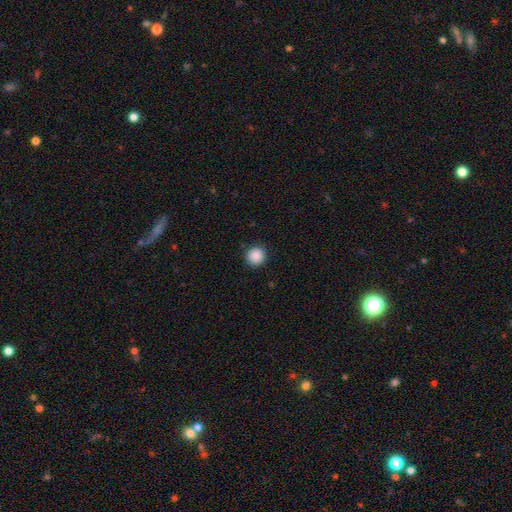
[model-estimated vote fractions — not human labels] Smooth or featured? Predicted: smooth (p=0.88). How rounded? Predicted: round (p=0.93). Merging? Predicted: none (p=0.91).